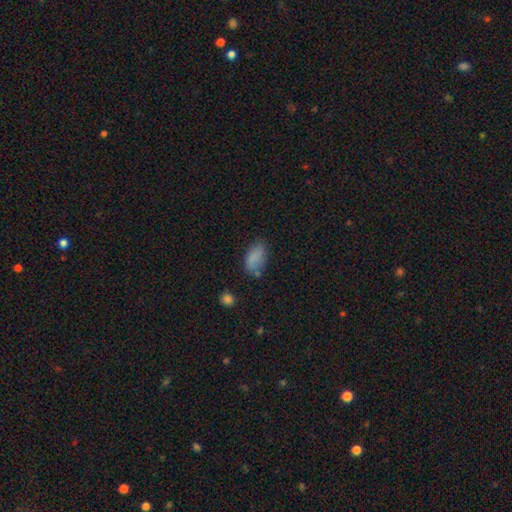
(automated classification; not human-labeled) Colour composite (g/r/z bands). It shows a smooth galaxy with no disk features (81%) that is in between round and cigar-shaped (92%). Merging: none (64%).